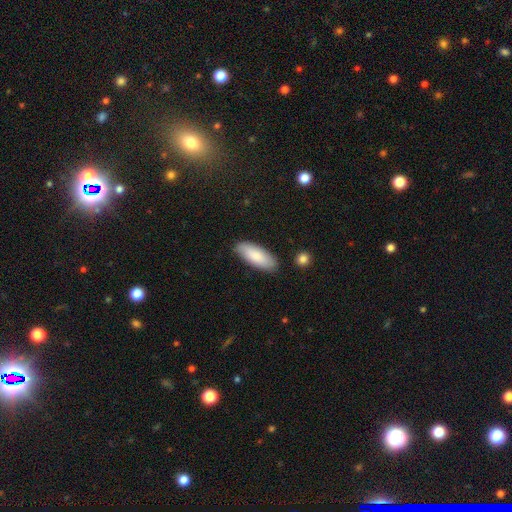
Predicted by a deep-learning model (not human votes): smooth 84%, featured or disk 10%, star or artifact 5%. Down the decision tree: how rounded — in between (75%); merging — none (85%).